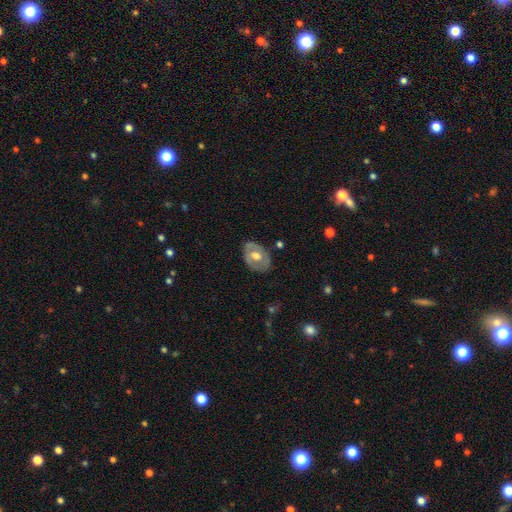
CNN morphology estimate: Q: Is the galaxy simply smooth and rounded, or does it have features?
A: featured or disk — 57%.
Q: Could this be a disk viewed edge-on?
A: no — 93%.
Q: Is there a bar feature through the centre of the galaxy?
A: no — 70%.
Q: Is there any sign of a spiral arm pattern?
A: no — 68%.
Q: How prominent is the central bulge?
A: moderate — 67%.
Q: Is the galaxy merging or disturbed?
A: none — 73%.